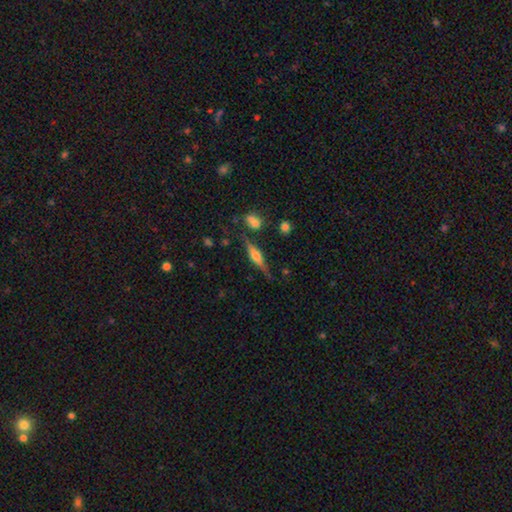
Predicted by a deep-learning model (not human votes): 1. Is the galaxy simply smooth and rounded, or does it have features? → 66% featured or disk, 27% smooth, 8% star or artifact.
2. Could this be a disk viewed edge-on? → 96% yes, 4% no.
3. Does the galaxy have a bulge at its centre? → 81% rounded, 14% boxy, 5% none.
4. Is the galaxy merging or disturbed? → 79% none, 13% minor disturbance, 5% merger, 4% major disturbance.